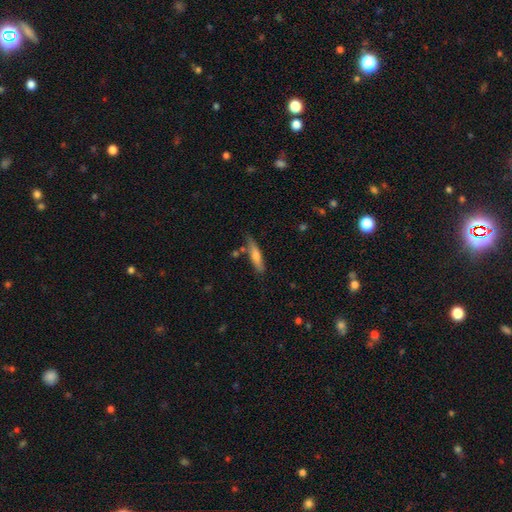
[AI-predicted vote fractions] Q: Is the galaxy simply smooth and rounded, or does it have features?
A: smooth — 60%.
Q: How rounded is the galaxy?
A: cigar-shaped — 82%.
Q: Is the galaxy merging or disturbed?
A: none — 76%.